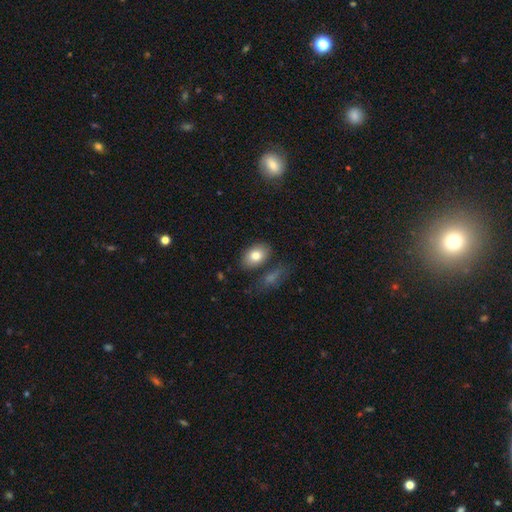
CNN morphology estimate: This is clearly a smooth galaxy (80%). How rounded: clearly in between (86%). Merging: likely none (73%).